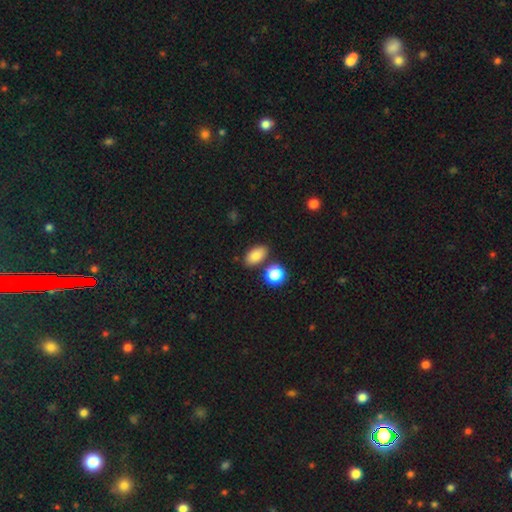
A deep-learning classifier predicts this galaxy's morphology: Smooth or featured: smooth — 82% (star or artifact — 10%)
How rounded: in between — 87% (round — 10%)
Merging: none — 77% (minor disturbance — 11%)